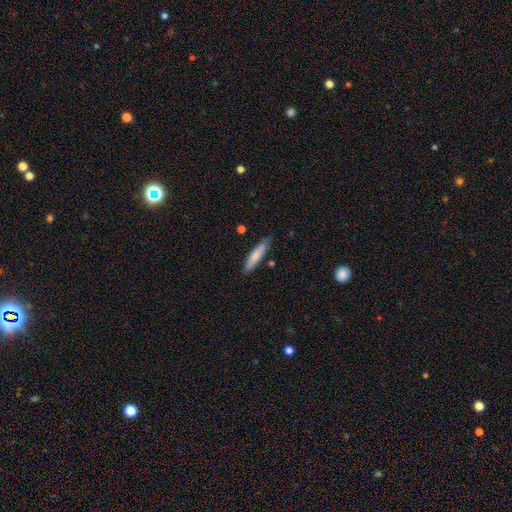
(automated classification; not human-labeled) This is likely a smooth galaxy (77%). How rounded: clearly cigar-shaped (86%). Merging: clearly none (83%).